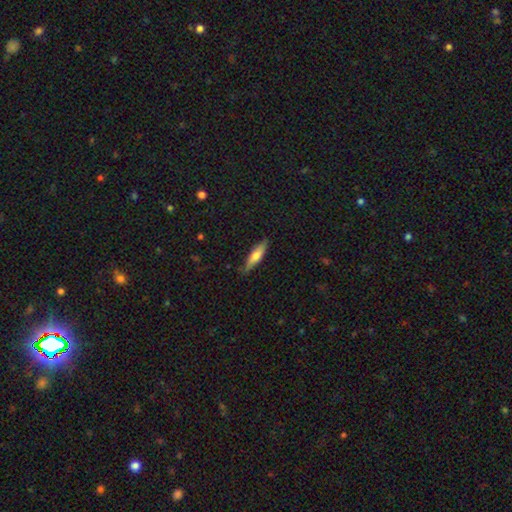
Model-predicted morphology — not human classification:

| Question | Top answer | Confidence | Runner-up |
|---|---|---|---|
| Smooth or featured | smooth | 62% | featured or disk (32%) |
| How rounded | cigar-shaped | 68% | in between (30%) |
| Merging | none | 81% | minor disturbance (15%) |